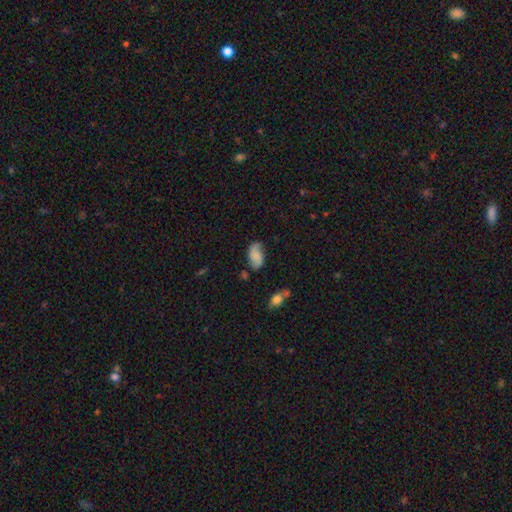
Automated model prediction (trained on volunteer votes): smooth_or_featured: smooth (p=0.57) [alt: featured or disk p=0.34]
how_rounded: in between (p=0.93) [alt: round p=0.05]
merging: none (p=0.60) [alt: minor disturbance p=0.28]